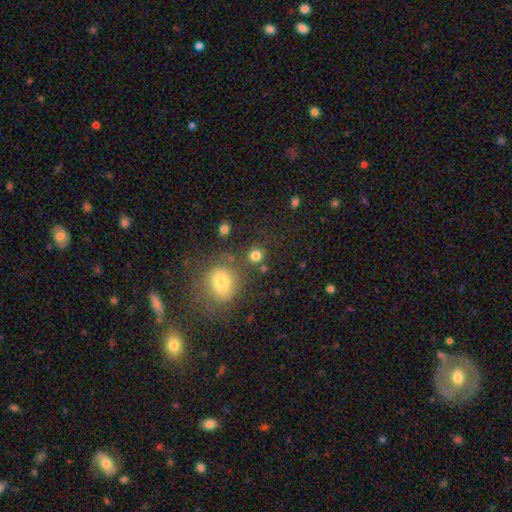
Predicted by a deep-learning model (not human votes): A smooth galaxy with no disk features (80%) that is round (90%).

Vote fractions:
- Smooth or featured? smooth: 80% / star or artifact: 14% / featured or disk: 6%
- How rounded? round: 90% / in between: 9% / cigar-shaped: 1%
- Merging? none: 78% / merger: 10% / minor disturbance: 8% / major disturbance: 4%